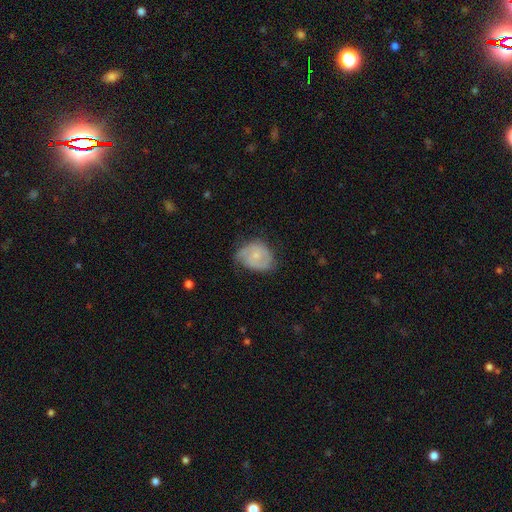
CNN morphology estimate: Smooth or featured? featured or disk (54%)
Edge-on disk? no (97%)
Bar? no (77%)
Spiral arms? yes (78%)
Bulge size? small (63%)
Merging? none (48%)